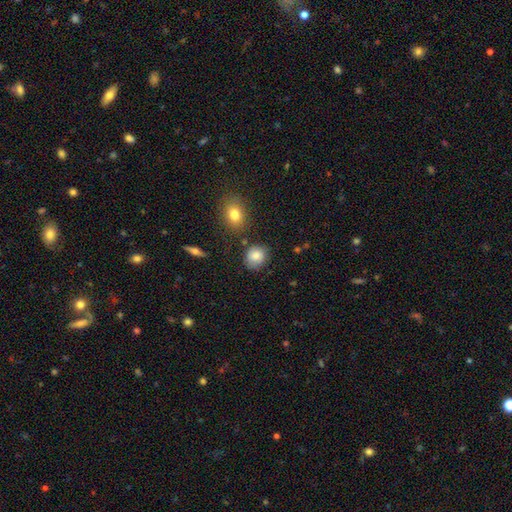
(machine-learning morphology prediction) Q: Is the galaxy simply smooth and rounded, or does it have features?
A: smooth — 83%.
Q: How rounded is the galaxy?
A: round — 71%.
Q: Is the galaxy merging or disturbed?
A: none — 76%.